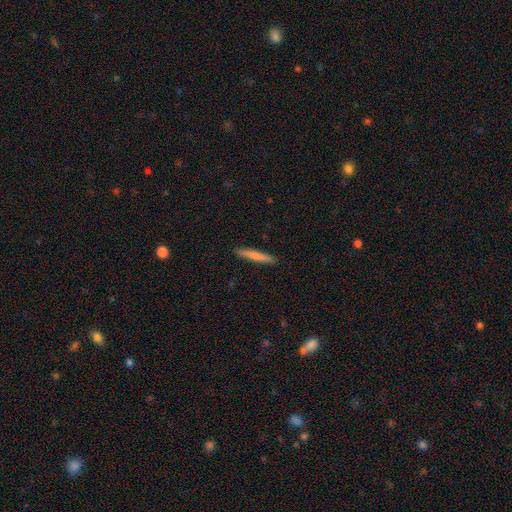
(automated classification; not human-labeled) smooth-or-featured: smooth: 76% | featured or disk: 18% | star or artifact: 5%
  how-rounded: cigar-shaped: 95% | in between: 4% | round: 1%
  merging: none: 91% | minor disturbance: 6% | major disturbance: 1% | merger: 1%